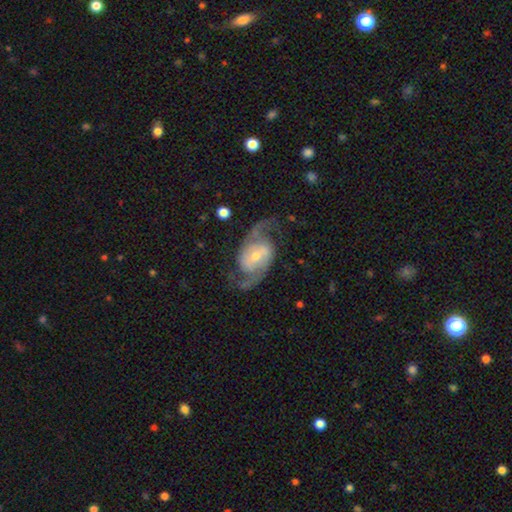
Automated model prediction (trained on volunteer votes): smooth-or-featured: featured or disk: 90% | smooth: 5% | star or artifact: 5%
  disk-edge-on: no: 97% | yes: 3%
    bar: weak: 42% | no: 36% | strong: 22%
    has-spiral-arms: yes: 97% | no: 3%
      spiral-winding: medium: 52% | loose: 34% | tight: 14%
      spiral-arm-count: 2: 93% | can't tell: 2% | 3: 1% | 1: 1% | 4: 1% | more than 4: 1%
    bulge-size: small: 54% | moderate: 39% | large: 3% | none: 2% | dominant: 1%
  merging: none: 76% | minor disturbance: 13% | major disturbance: 9% | merger: 2%